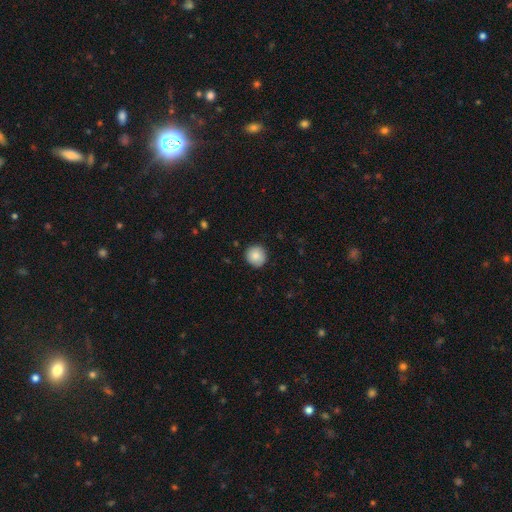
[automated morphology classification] A smooth galaxy with no disk features (84%) that is round (93%). Merging: none (88%).